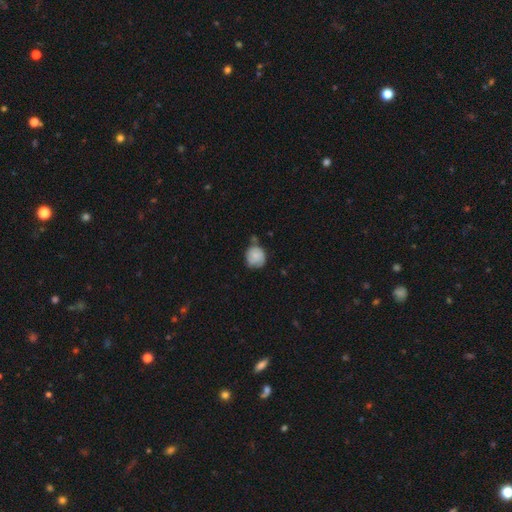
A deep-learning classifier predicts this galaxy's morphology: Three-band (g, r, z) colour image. It shows a smooth galaxy with no disk features (67%) that is round (79%). Merging: none (51%).